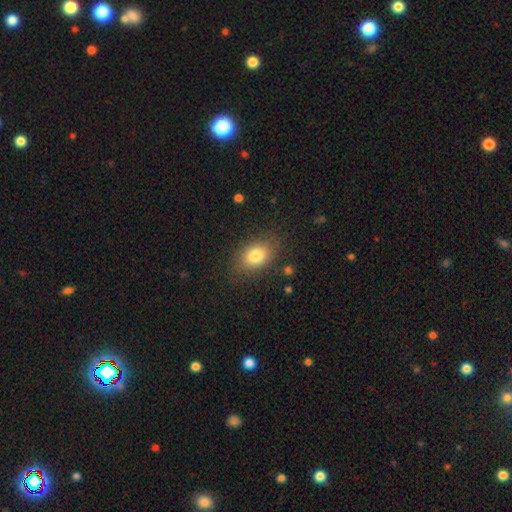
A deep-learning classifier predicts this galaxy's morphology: Smooth or featured? Predicted: smooth (p=0.81). How rounded? Predicted: in between (p=0.80). Merging? Predicted: none (p=0.81).